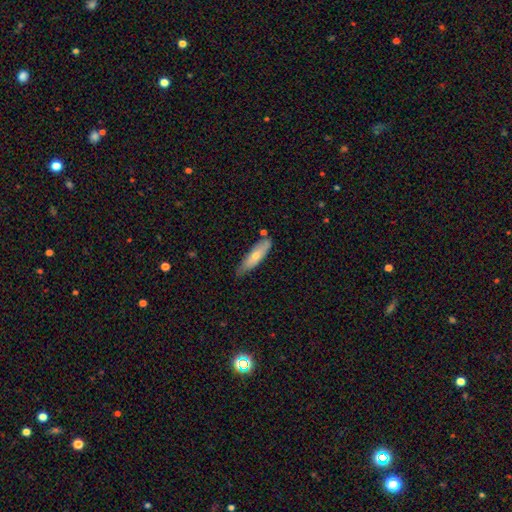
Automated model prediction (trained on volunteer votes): Q: Smooth or featured?
A: smooth (61%); runner-up: featured or disk (33%)
Q: How rounded?
A: cigar-shaped (69%); runner-up: in between (30%)
Q: Merging?
A: none (72%); runner-up: minor disturbance (22%)